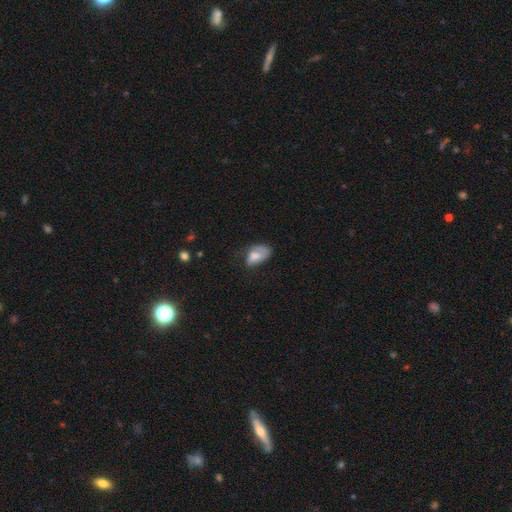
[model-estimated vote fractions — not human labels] The model was most divided on "merging": none: 33%, minor disturbance: 32%, major disturbance: 32%, merger: 3%. More confident: how rounded — in between (90%); smooth or featured — smooth (62%).